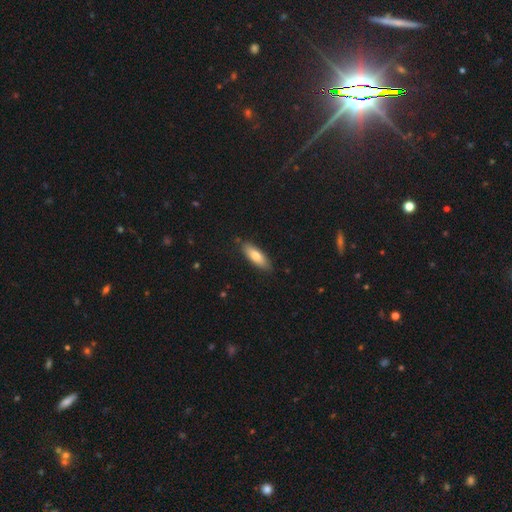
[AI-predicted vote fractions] This is likely a smooth galaxy (75%). How rounded: likely in between (62%). Merging: clearly none (85%).